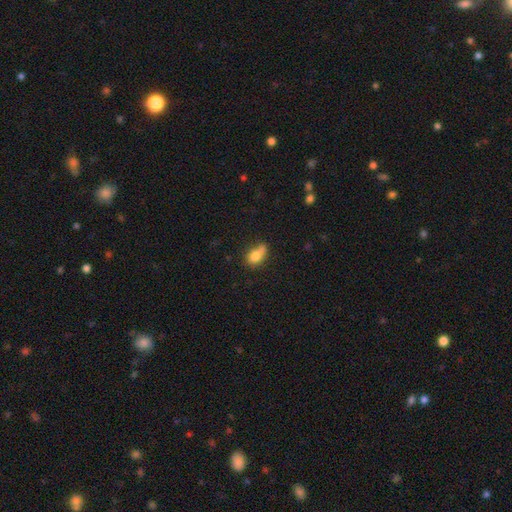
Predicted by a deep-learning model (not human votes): The model was most divided on "merging": none: 38%, minor disturbance: 29%, merger: 21%, major disturbance: 12%. More confident: smooth or featured — smooth (77%); how rounded — in between (76%).